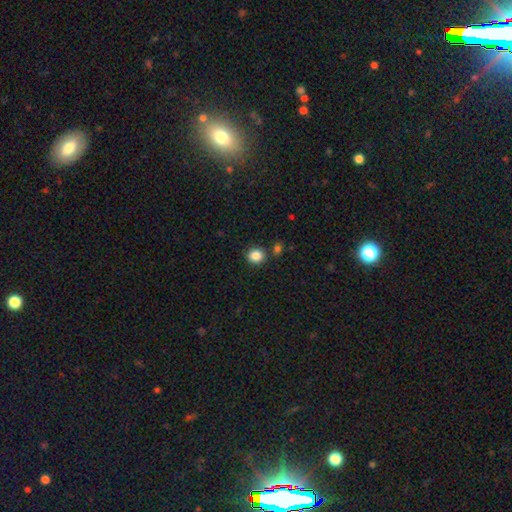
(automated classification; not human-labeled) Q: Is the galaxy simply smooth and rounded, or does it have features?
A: smooth — 85%.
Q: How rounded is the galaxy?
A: round — 83%.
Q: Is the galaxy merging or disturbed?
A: none — 82%.